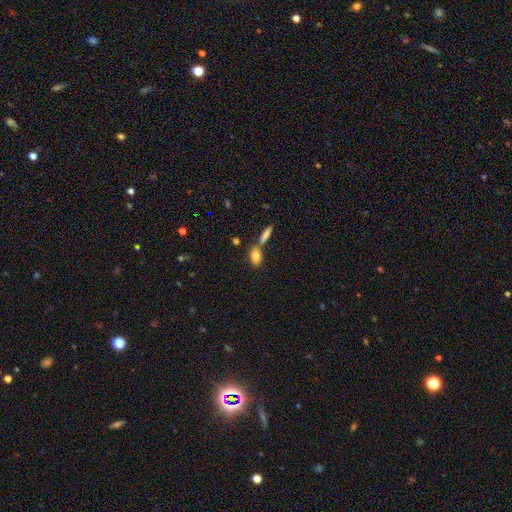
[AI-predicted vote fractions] Q: Smooth or featured?
A: smooth (82%); runner-up: featured or disk (10%)
Q: How rounded?
A: in between (83%); runner-up: cigar-shaped (10%)
Q: Merging?
A: none (55%); runner-up: merger (31%)